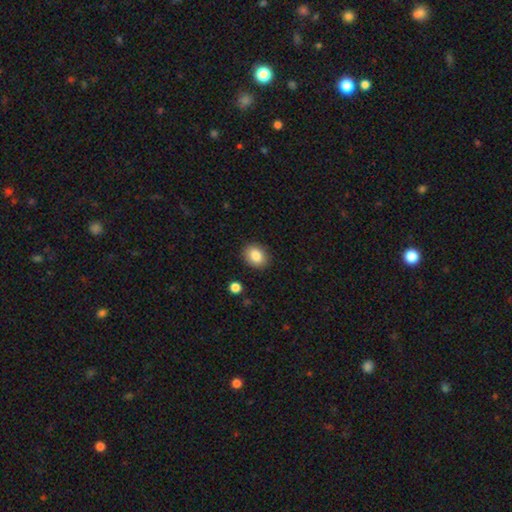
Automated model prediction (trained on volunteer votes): This is clearly a smooth galaxy (85%). How rounded: possibly in between (54%). Merging: clearly none (89%).